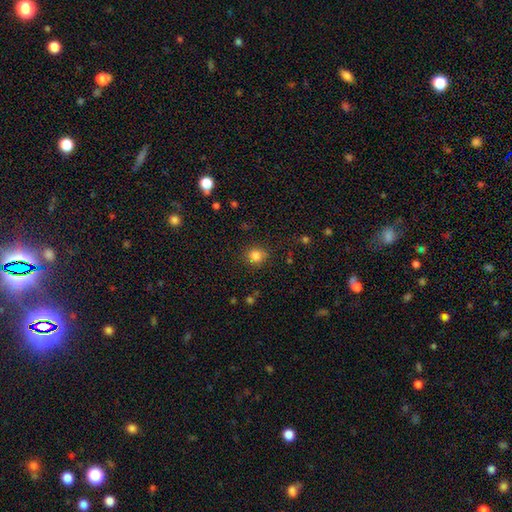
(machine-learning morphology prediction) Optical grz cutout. It shows a smooth galaxy with no disk features (82%) that is round (88%). Merging: none (84%).